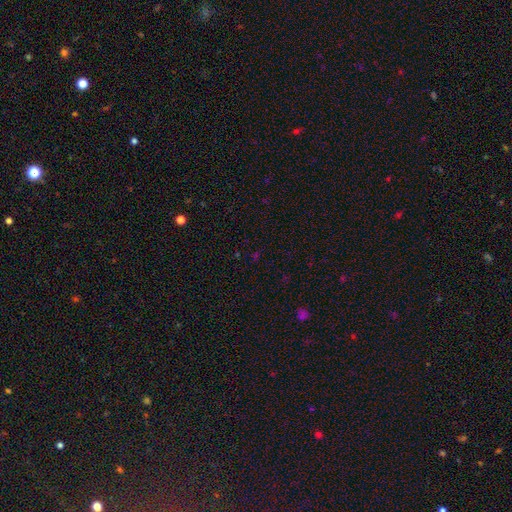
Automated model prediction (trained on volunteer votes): Morphology: type=star or artifact (62%).